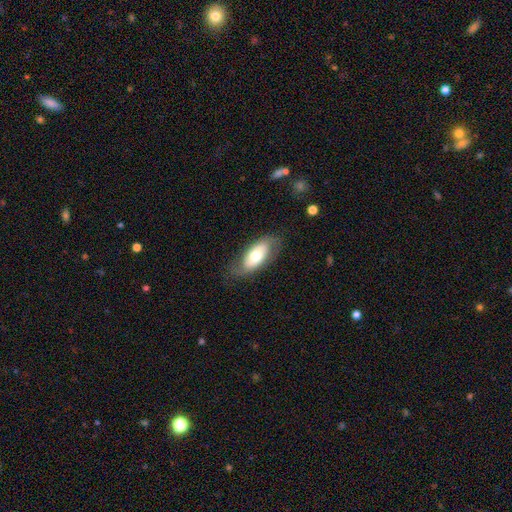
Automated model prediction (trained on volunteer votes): This is possibly a smooth galaxy (60%). How rounded: clearly in between (87%). Merging: likely none (73%).